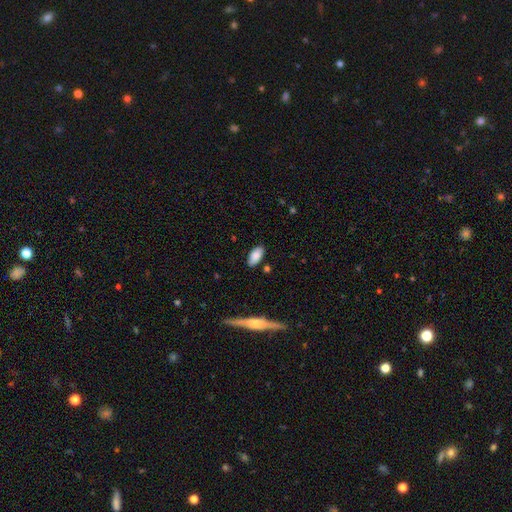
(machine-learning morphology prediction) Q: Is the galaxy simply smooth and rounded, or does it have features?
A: smooth — 84%.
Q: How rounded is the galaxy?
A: in between — 93%.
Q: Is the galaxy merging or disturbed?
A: none — 84%.